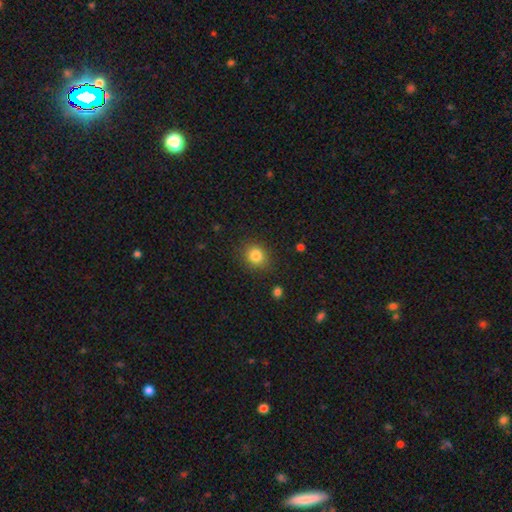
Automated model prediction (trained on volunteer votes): Morphology: type=smooth (83%); roundness=round (70%); merging=none (84%).